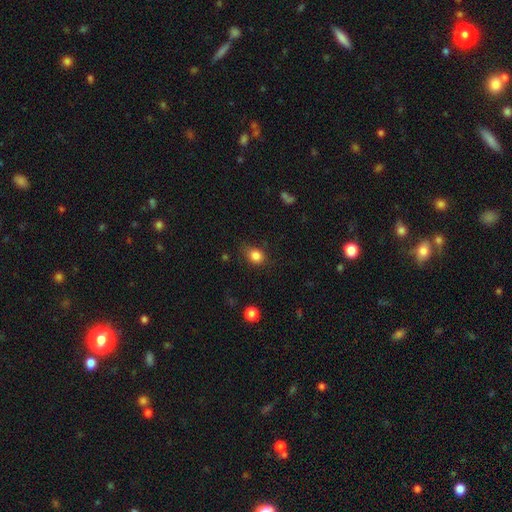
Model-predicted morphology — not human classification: Q: Smooth or featured?
A: smooth (84%); runner-up: star or artifact (10%)
Q: How rounded?
A: round (52%); runner-up: in between (47%)
Q: Merging?
A: none (73%); runner-up: minor disturbance (21%)